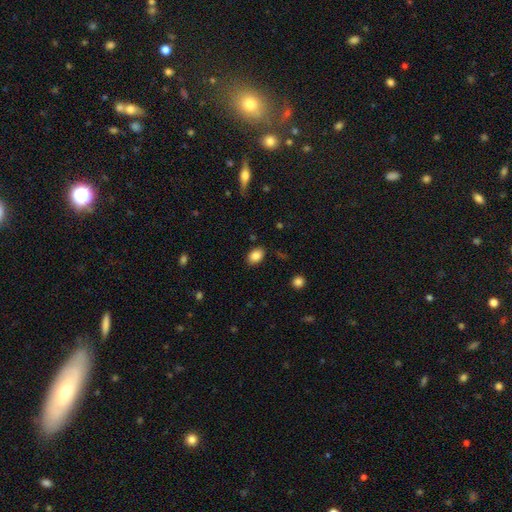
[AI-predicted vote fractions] A smooth galaxy with no disk features (86%) that is in between round and cigar-shaped (79%). Merging: none (85%).